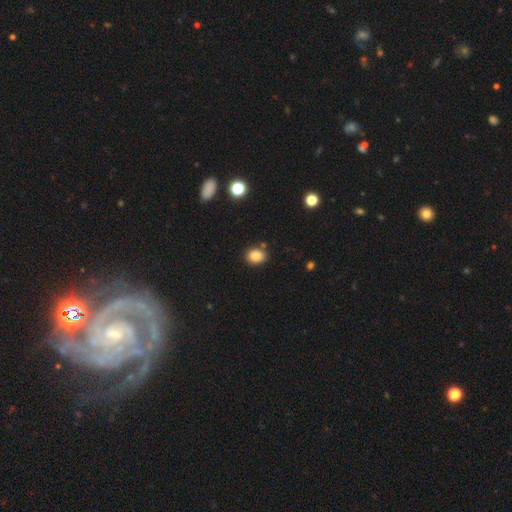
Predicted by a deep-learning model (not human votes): Q: Smooth or featured?
A: smooth (85%); runner-up: star or artifact (10%)
Q: How rounded?
A: in between (52%); runner-up: round (47%)
Q: Merging?
A: none (82%); runner-up: minor disturbance (11%)